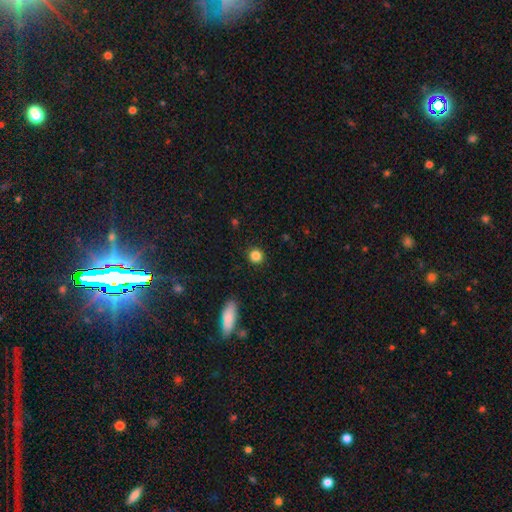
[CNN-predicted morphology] Smooth or featured?
  - smooth: 85% *
  - star or artifact: 11%
  - featured or disk: 4%
How rounded?
  - round: 90% *
  - in between: 8%
  - cigar-shaped: 1%
Merging?
  - none: 90% *
  - minor disturbance: 6%
  - major disturbance: 2%
  - merger: 1%